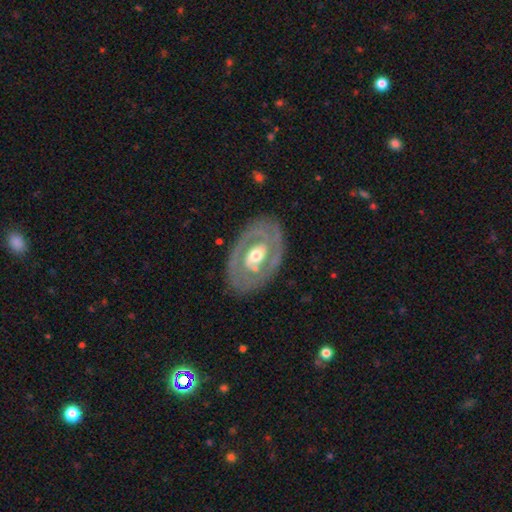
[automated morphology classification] Smooth or featured? featured or disk (76%)
Edge-on disk? no (93%)
Bar? no (54%)
Spiral arms? yes (52%)
Bulge size? moderate (67%)
Merging? none (79%)